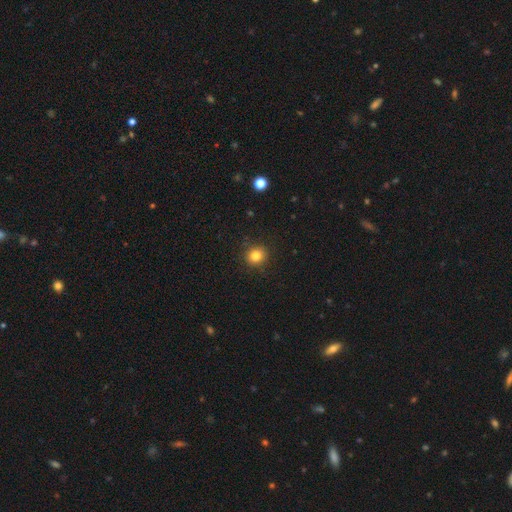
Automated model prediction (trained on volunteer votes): This is clearly a smooth galaxy (82%). How rounded: clearly round (87%). Merging: clearly none (90%).